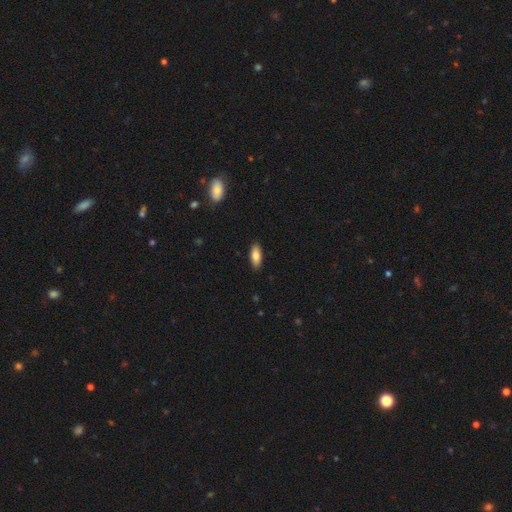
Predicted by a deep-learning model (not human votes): This is clearly a smooth galaxy (83%). How rounded: likely in between (78%). Merging: clearly none (89%).